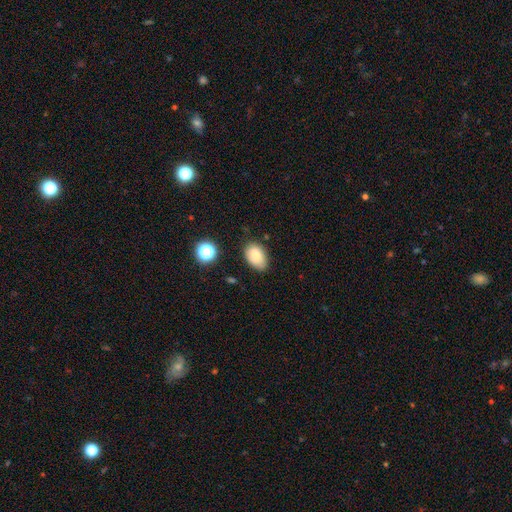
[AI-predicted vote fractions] A smooth galaxy with no disk features (83%) that is in between round and cigar-shaped (89%).

Vote fractions:
- Smooth or featured? smooth: 83% / star or artifact: 9% / featured or disk: 8%
- How rounded? in between: 89% / round: 10% / cigar-shaped: 1%
- Merging? none: 75% / minor disturbance: 19% / major disturbance: 3% / merger: 2%